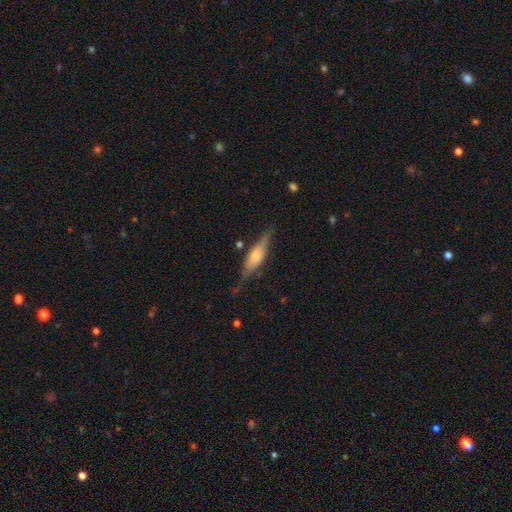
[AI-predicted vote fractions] This appears to be a featured or disk galaxy (49%). Merging: none (68%).